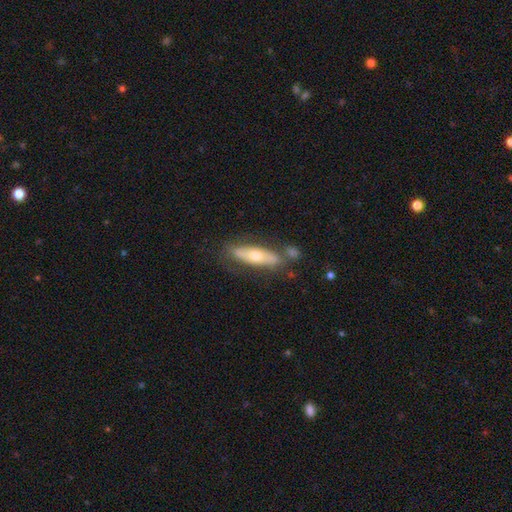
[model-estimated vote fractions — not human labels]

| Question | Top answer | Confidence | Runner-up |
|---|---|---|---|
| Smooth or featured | smooth | 49% | featured or disk (45%) |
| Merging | none | 65% | minor disturbance (17%) |